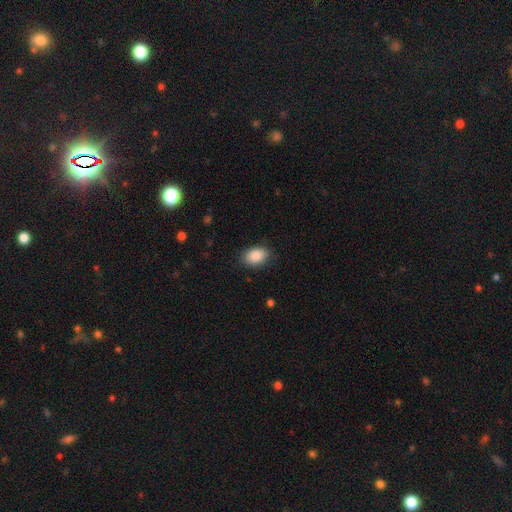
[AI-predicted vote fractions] A smooth galaxy with no disk features (88%) that is in between round and cigar-shaped (86%). Merging: none (85%).